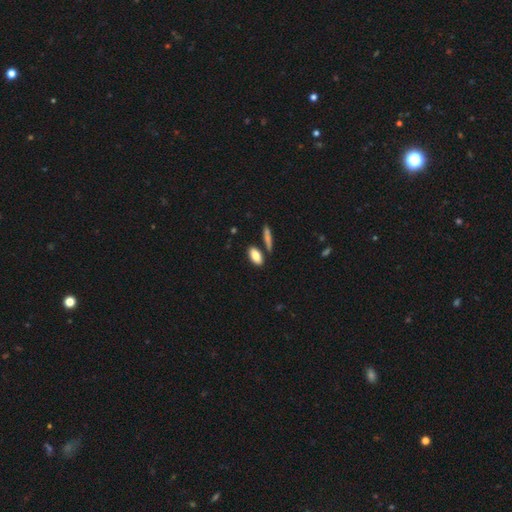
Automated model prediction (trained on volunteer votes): Q: Smooth or featured?
A: smooth (85%); runner-up: featured or disk (8%)
Q: How rounded?
A: in between (85%); runner-up: cigar-shaped (12%)
Q: Merging?
A: none (77%); runner-up: minor disturbance (11%)